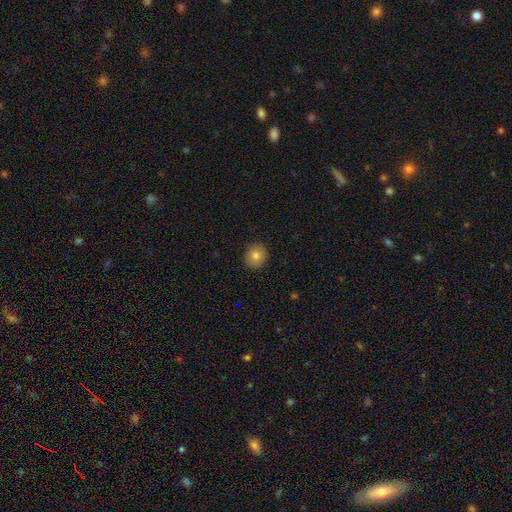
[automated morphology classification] smooth 80%, featured or disk 10%, star or artifact 10%. Down the decision tree: how rounded — round (80%); merging — none (90%).